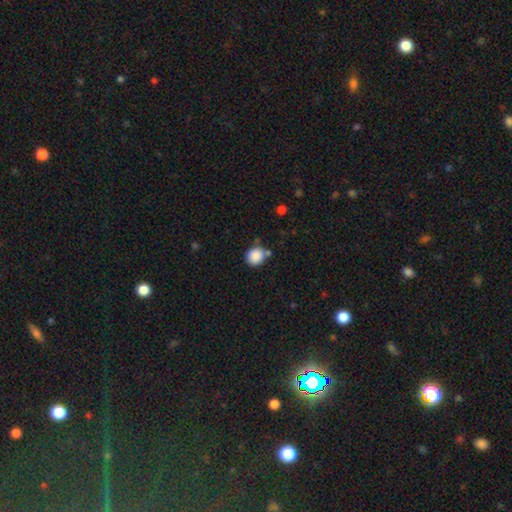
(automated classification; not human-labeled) Overall: smooth (87%). How rounded: round (86%). Merging: none (71%).